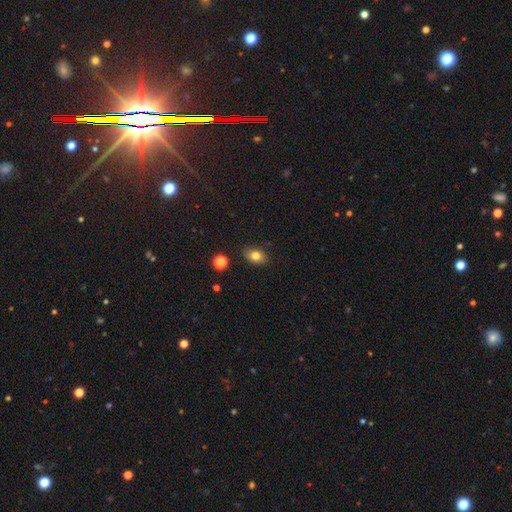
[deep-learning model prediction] Overall: smooth (80%). How rounded: in between (76%). Merging: none (86%).